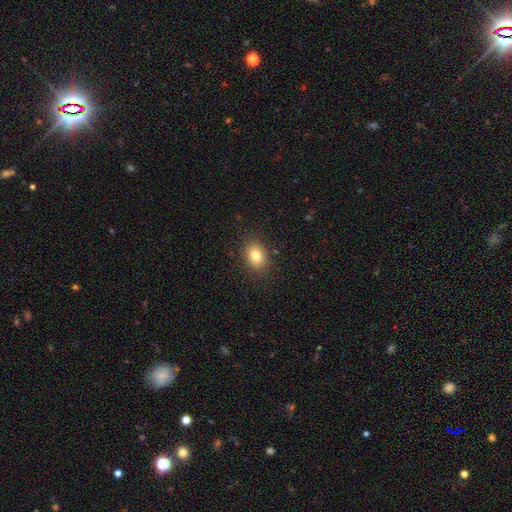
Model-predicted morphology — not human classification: Smooth or featured? Predicted: smooth (p=0.81). How rounded? Predicted: in between (p=0.61). Merging? Predicted: none (p=0.87).